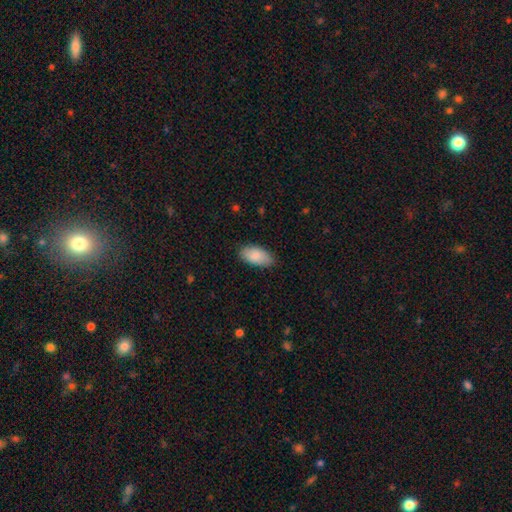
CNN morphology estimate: smooth-or-featured: smooth: 87% | featured or disk: 7% | star or artifact: 6%
  how-rounded: in between: 94% | cigar-shaped: 4% | round: 2%
  merging: none: 83% | minor disturbance: 14% | major disturbance: 3% | merger: 1%